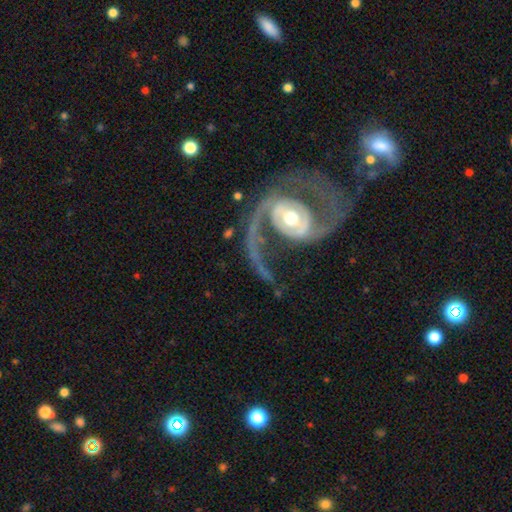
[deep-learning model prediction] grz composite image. It shows a featured or disk galaxy (91%) with no bar (41%), 2 (84%) medium (51%) spiral arms (96%) and a moderate central bulge (62%). Merging: none (51%).